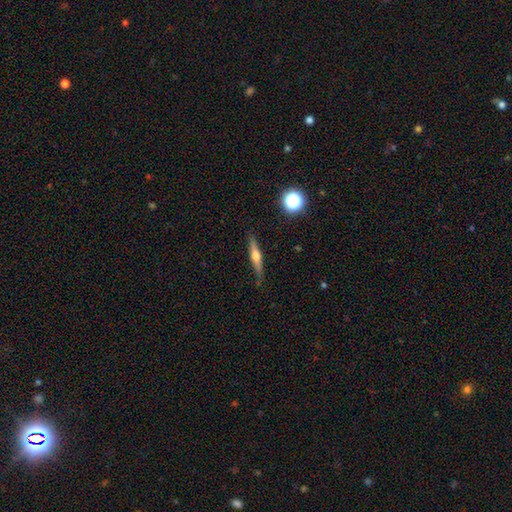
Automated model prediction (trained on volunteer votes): featured or disk 60%, smooth 33%, star or artifact 7%. Down the decision tree: edge-on disk — yes (96%); edge-on bulge — rounded (91%); merging — none (82%).